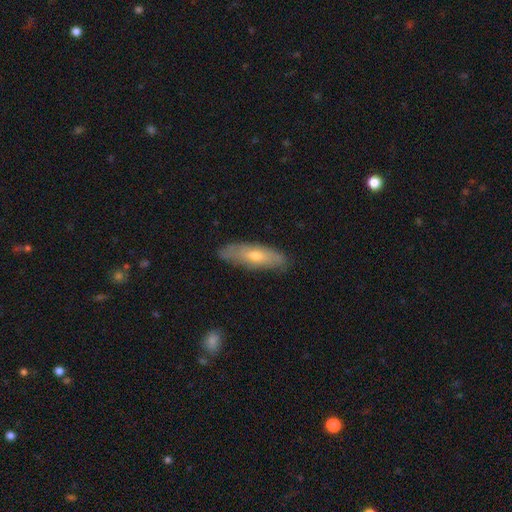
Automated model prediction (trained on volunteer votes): A smooth galaxy with no disk features (55%) that is in between round and cigar-shaped (52%).

Vote fractions:
- Smooth or featured? smooth: 55% / featured or disk: 39% / star or artifact: 6%
- How rounded? in between: 52% / cigar-shaped: 46% / round: 2%
- Merging? none: 79% / minor disturbance: 17% / major disturbance: 3% / merger: 1%